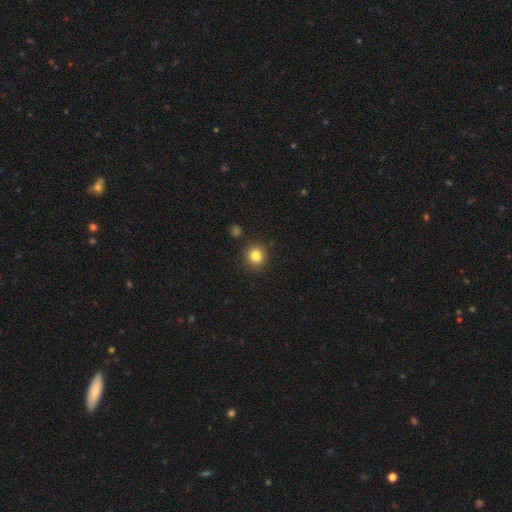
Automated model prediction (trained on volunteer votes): smooth-or-featured: smooth: 83% | star or artifact: 12% | featured or disk: 6%
  how-rounded: round: 86% | in between: 13% | cigar-shaped: 1%
  merging: none: 88% | minor disturbance: 8% | merger: 3% | major disturbance: 2%